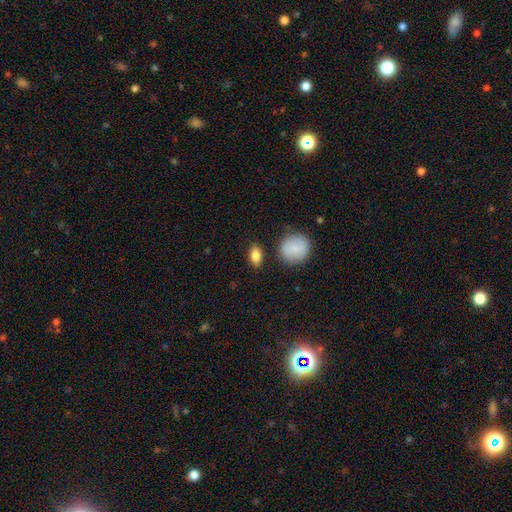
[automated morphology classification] Overall: smooth (84%). How rounded: in between (82%). Merging: none (83%).